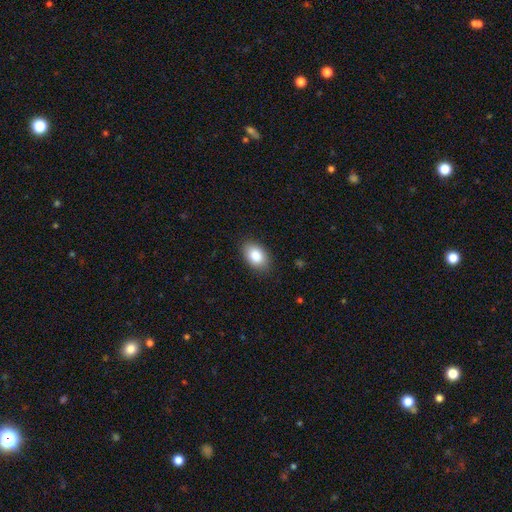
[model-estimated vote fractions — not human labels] Smooth or featured: smooth — 87% (star or artifact — 7%)
How rounded: in between — 89% (round — 9%)
Merging: none — 85% (minor disturbance — 12%)